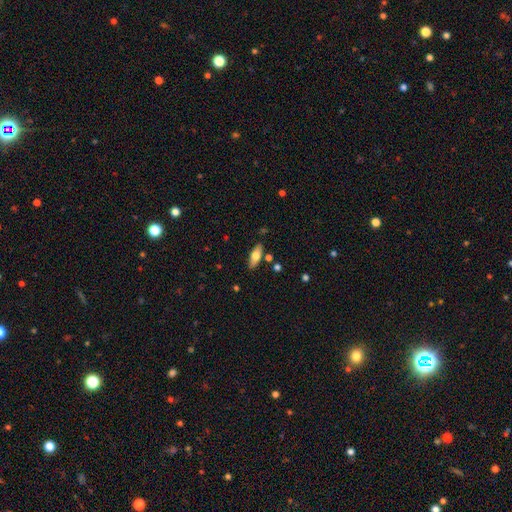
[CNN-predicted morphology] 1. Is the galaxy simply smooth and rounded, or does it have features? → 64% smooth, 29% featured or disk, 6% star or artifact.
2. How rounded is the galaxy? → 69% in between, 29% cigar-shaped, 3% round.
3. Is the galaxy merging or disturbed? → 83% none, 11% minor disturbance, 4% merger, 2% major disturbance.